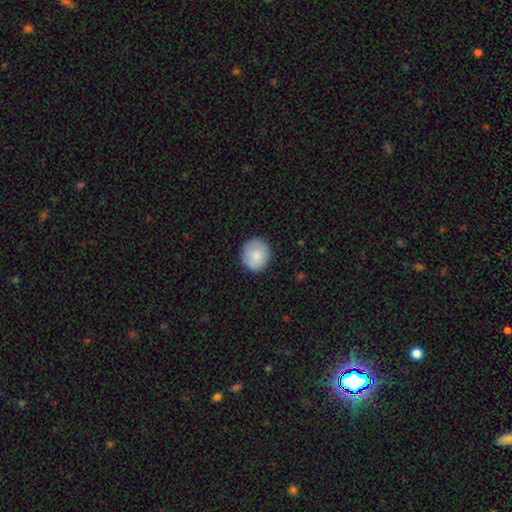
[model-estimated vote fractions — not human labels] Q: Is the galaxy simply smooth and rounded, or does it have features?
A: smooth — 85%.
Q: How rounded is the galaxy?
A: round — 87%.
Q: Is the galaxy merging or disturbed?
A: none — 88%.